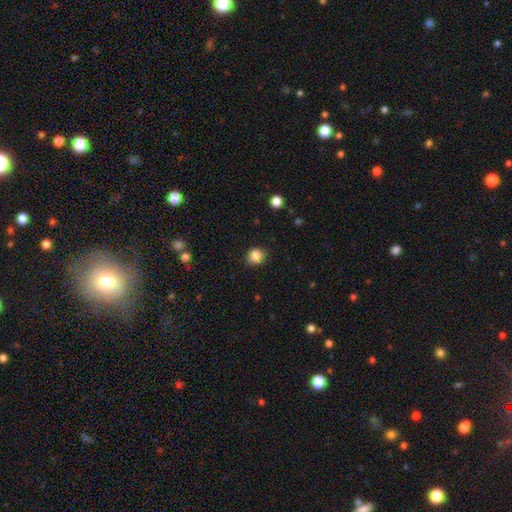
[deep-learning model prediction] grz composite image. It shows a smooth galaxy with no disk features (85%) that is round (78%). Merging: none (88%).